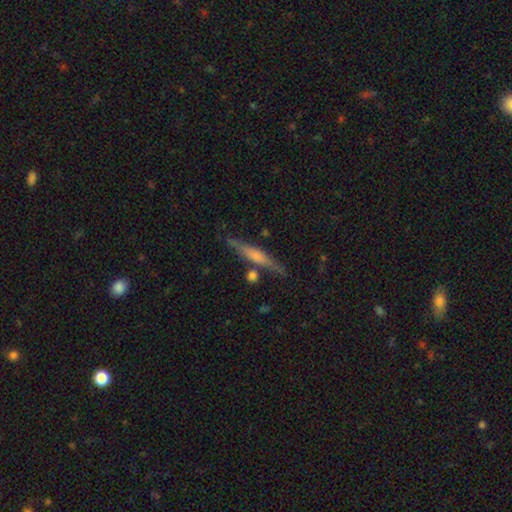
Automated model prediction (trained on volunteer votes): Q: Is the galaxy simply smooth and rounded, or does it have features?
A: featured or disk — 59%.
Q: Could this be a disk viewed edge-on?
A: yes — 96%.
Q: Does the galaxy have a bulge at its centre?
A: rounded — 47%.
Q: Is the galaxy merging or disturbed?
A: none — 81%.